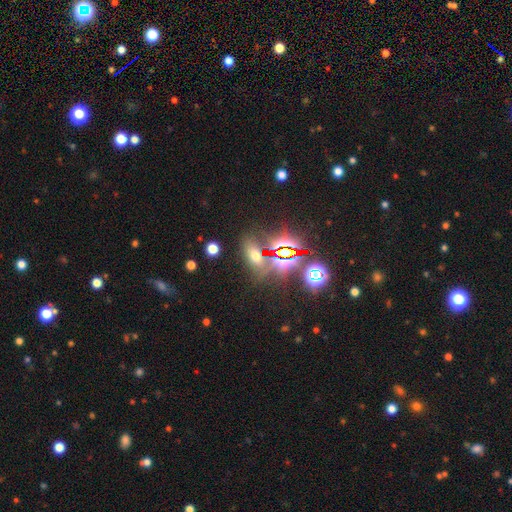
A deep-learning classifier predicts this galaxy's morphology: Smooth or featured? Predicted: smooth (p=0.47). Merging? Predicted: none (p=0.70).